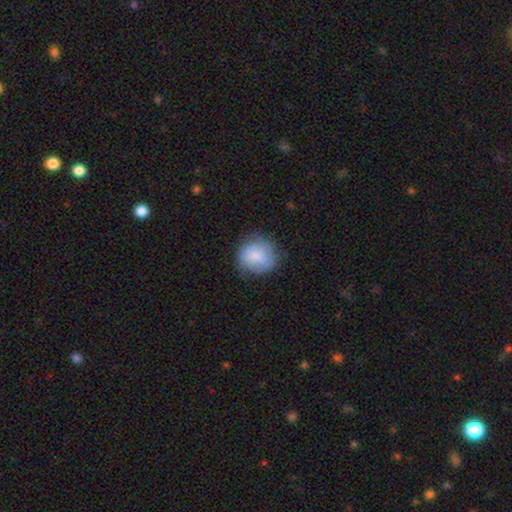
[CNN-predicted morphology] Smooth or featured?
  - smooth: 74% *
  - featured or disk: 20%
  - star or artifact: 7%
How rounded?
  - round: 86% *
  - in between: 13%
  - cigar-shaped: 1%
Merging?
  - none: 71% *
  - minor disturbance: 21%
  - major disturbance: 6%
  - merger: 1%